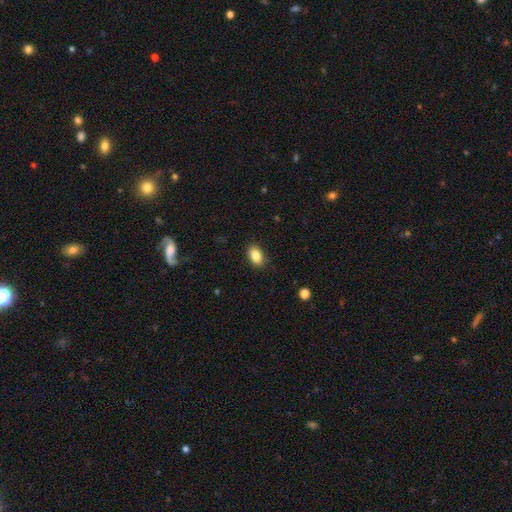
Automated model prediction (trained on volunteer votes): Smooth or featured? Predicted: smooth (p=0.85). How rounded? Predicted: in between (p=0.88). Merging? Predicted: none (p=0.87).